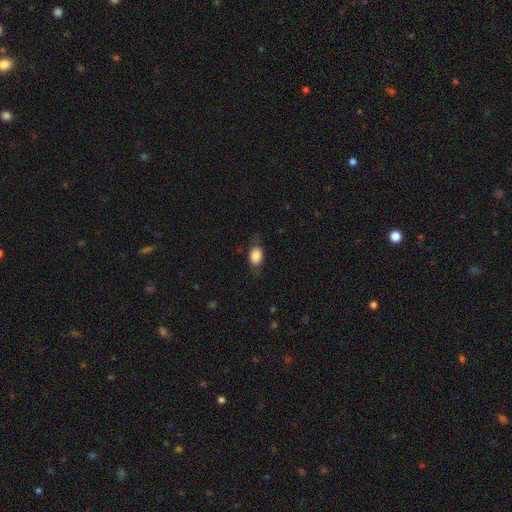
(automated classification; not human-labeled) smooth 82%, featured or disk 10%, star or artifact 8%. Down the decision tree: how rounded — in between (79%); merging — none (69%).